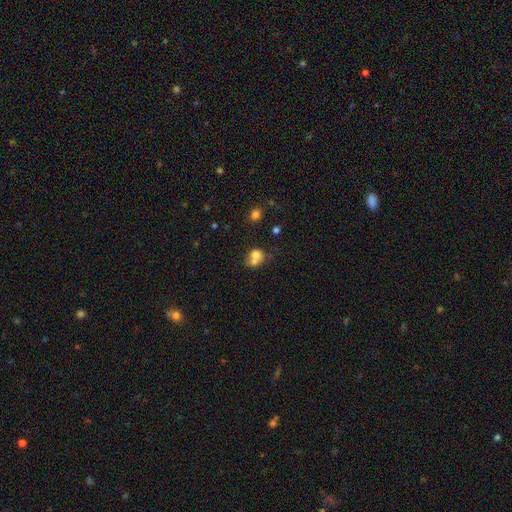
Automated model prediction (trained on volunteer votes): Smooth or featured: smooth — 70% (featured or disk — 19%)
How rounded: round — 63% (in between — 36%)
Merging: merger — 60% (none — 27%)